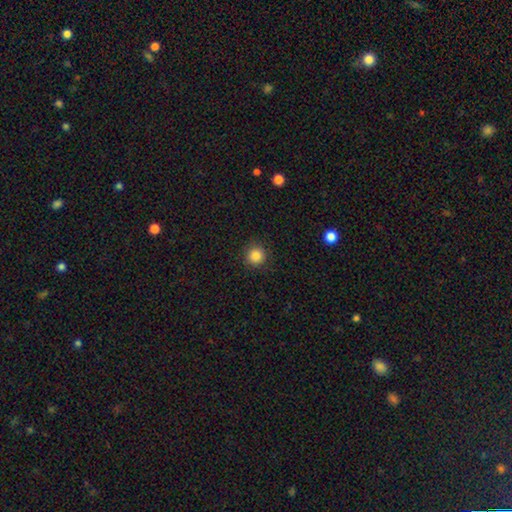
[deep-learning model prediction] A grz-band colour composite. It shows a smooth galaxy with no disk features (85%) that is round (95%). Merging: none (91%).